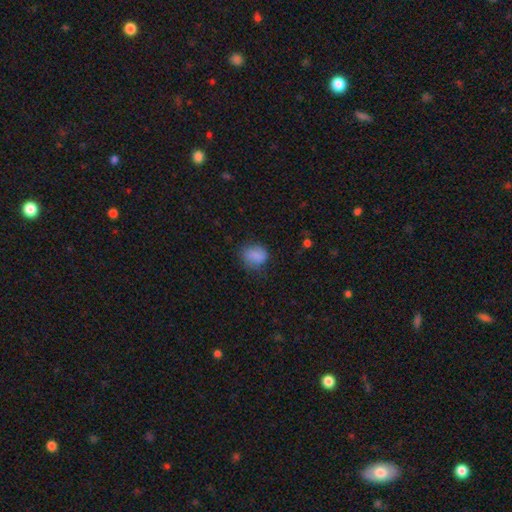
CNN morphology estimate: Smooth or featured?
  - smooth: 83% *
  - star or artifact: 10%
  - featured or disk: 7%
How rounded?
  - round: 52% *
  - in between: 47%
  - cigar-shaped: 1%
Merging?
  - none: 66% *
  - minor disturbance: 24%
  - major disturbance: 8%
  - merger: 1%